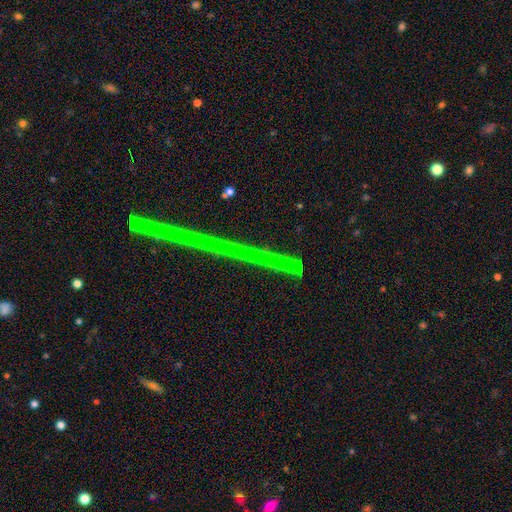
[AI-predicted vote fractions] smooth-or-featured: featured or disk: 45% | star or artifact: 40% | smooth: 15%
  merging: none: 92% | minor disturbance: 5% | merger: 2% | major disturbance: 2%